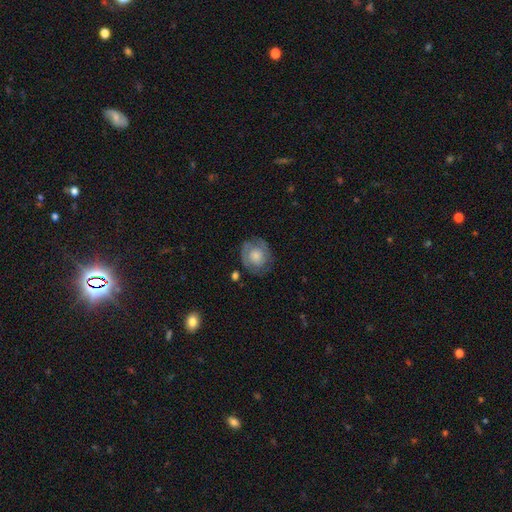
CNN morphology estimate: Smooth or featured?
  - smooth: 54% *
  - featured or disk: 39%
  - star or artifact: 7%
How rounded?
  - round: 73% *
  - in between: 26%
  - cigar-shaped: 1%
Merging?
  - none: 70% *
  - minor disturbance: 20%
  - major disturbance: 8%
  - merger: 3%